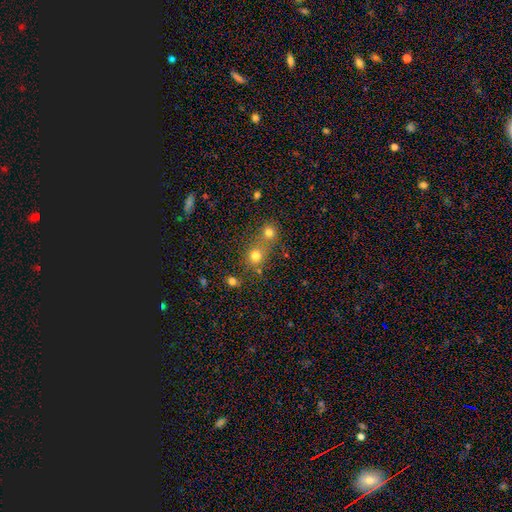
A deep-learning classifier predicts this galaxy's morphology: This appears to be a smooth galaxy with no disk features (76%) that is round (86%). Merging: none (50%).